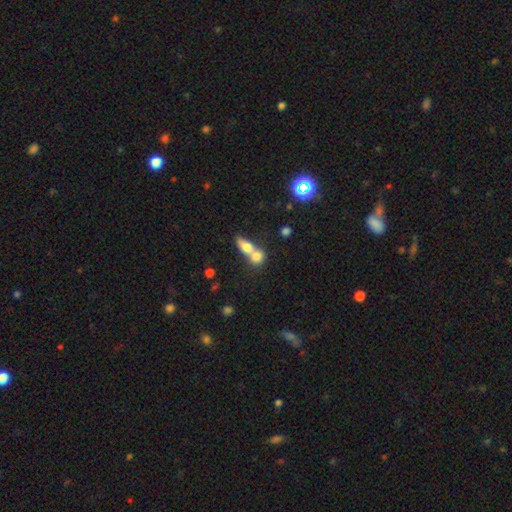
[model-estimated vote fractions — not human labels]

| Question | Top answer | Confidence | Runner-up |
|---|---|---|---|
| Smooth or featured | smooth | 72% | featured or disk (17%) |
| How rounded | in between | 49% | round (41%) |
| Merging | merger | 72% | none (19%) |